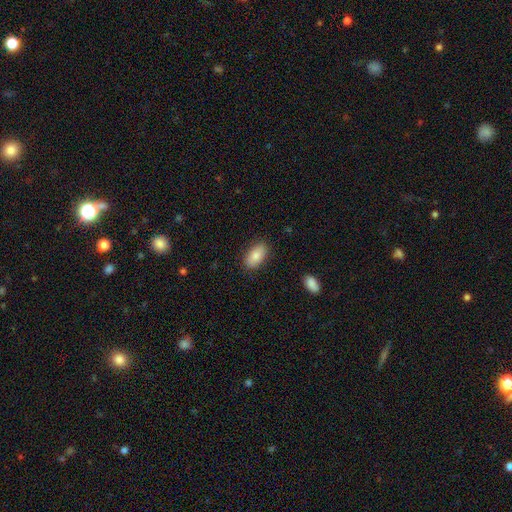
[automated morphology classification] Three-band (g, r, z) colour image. It shows a smooth galaxy with no disk features (84%) that is in between round and cigar-shaped (93%). Merging: none (86%).